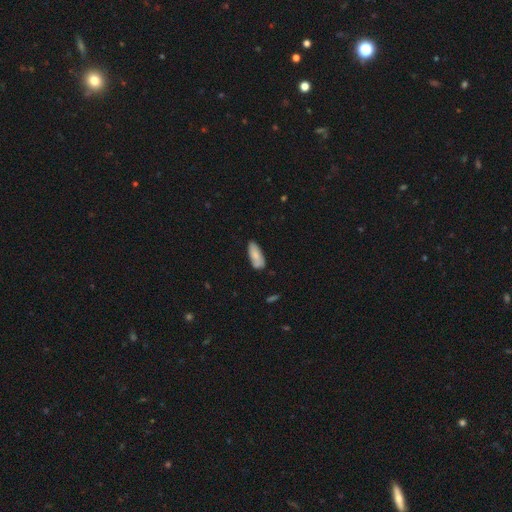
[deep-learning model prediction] Smooth or featured? smooth (78%)
How rounded? in between (78%)
Merging? none (67%)